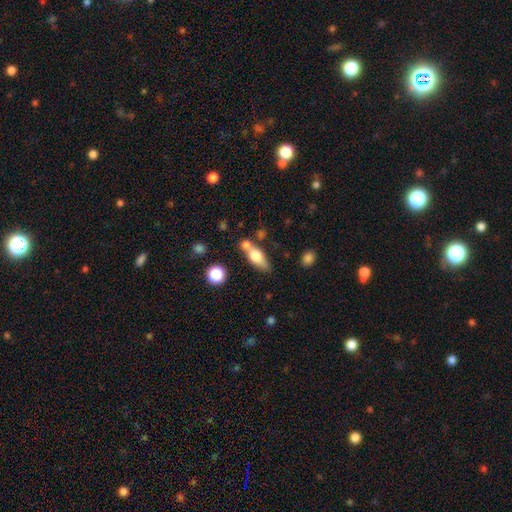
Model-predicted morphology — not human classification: Q: Smooth or featured?
A: smooth (69%); runner-up: featured or disk (23%)
Q: How rounded?
A: in between (67%); runner-up: cigar-shaped (23%)
Q: Merging?
A: none (44%); runner-up: merger (33%)